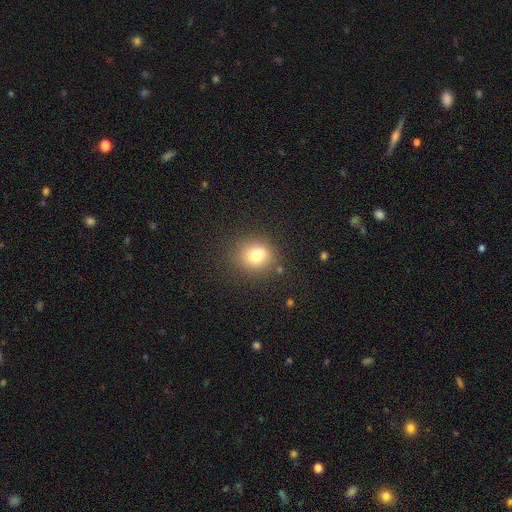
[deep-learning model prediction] A smooth galaxy with no disk features (71%) that is round (75%).

Vote fractions:
- Smooth or featured? smooth: 71% / featured or disk: 16% / star or artifact: 13%
- How rounded? round: 75% / in between: 24% / cigar-shaped: 1%
- Merging? none: 66% / minor disturbance: 15% / merger: 14% / major disturbance: 5%